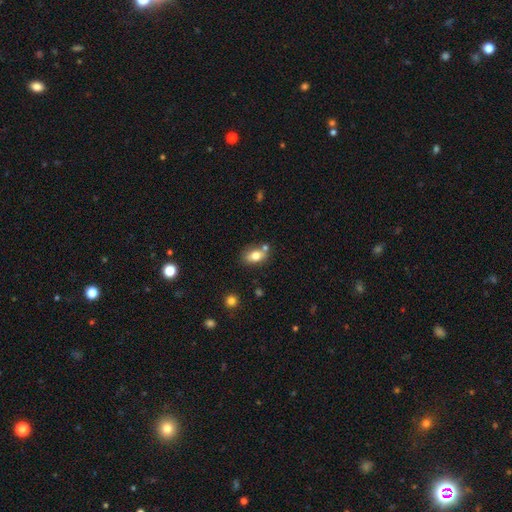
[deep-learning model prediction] Smooth or featured? Predicted: smooth (p=0.76). How rounded? Predicted: in between (p=0.83). Merging? Predicted: none (p=0.64).